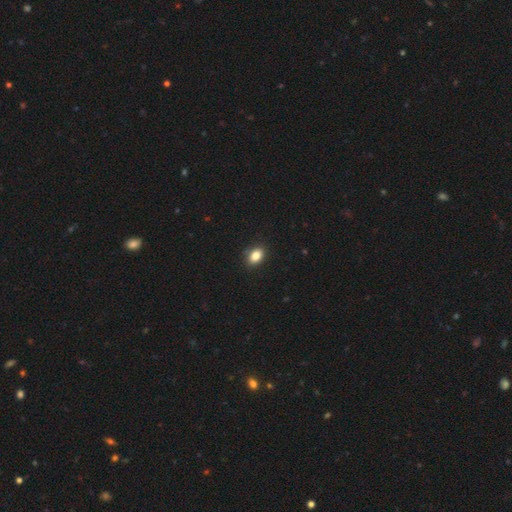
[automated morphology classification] Smooth or featured: smooth — 85% (star or artifact — 9%)
How rounded: in between — 80% (round — 18%)
Merging: none — 87% (minor disturbance — 10%)